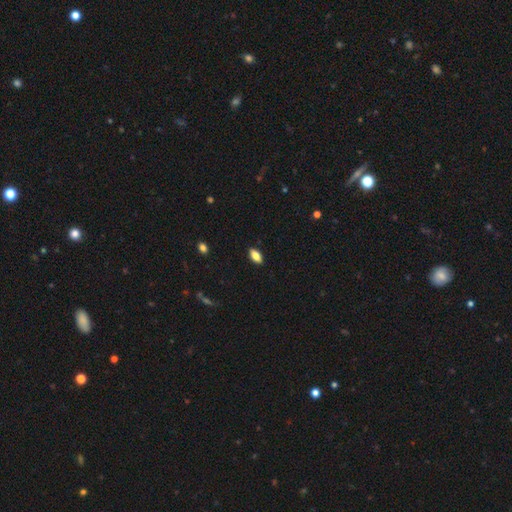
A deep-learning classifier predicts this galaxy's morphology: A smooth galaxy with no disk features (79%) that is in between round and cigar-shaped (88%). Merging: none (89%).